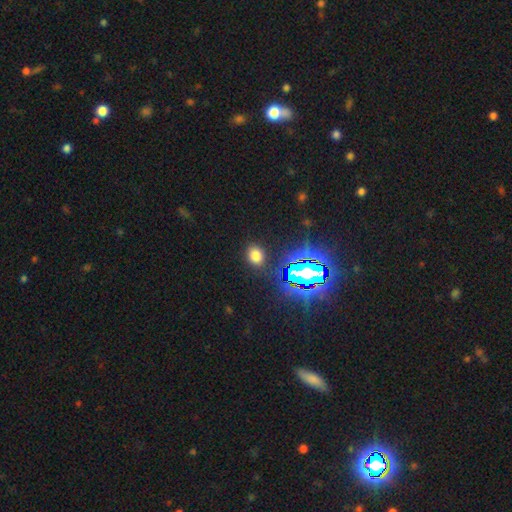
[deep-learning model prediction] Smooth or featured? Predicted: smooth (p=0.67). How rounded? Predicted: in between (p=0.58). Merging? Predicted: none (p=0.87).